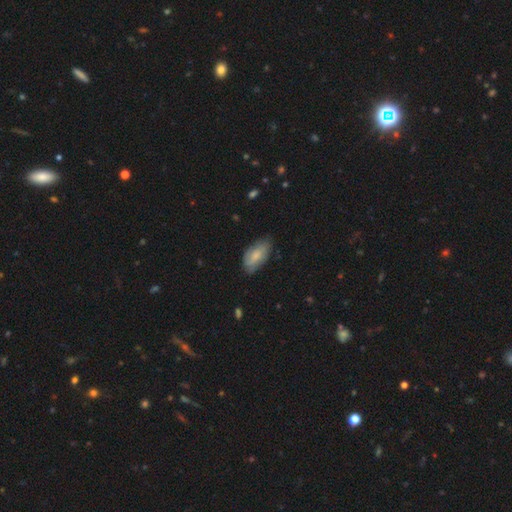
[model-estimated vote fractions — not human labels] smooth_or_featured: smooth (p=0.67) [alt: featured or disk p=0.27]
how_rounded: in between (p=0.92) [alt: cigar-shaped p=0.05]
merging: none (p=0.65) [alt: minor disturbance p=0.28]